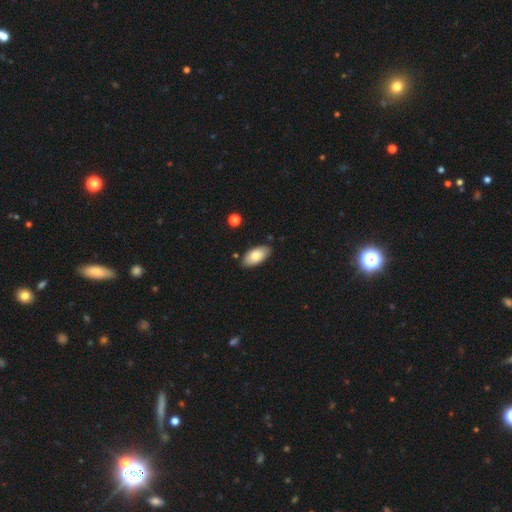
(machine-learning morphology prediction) smooth-or-featured: smooth: 80% | featured or disk: 13% | star or artifact: 6%
  how-rounded: in between: 94% | cigar-shaped: 4% | round: 2%
  merging: none: 83% | minor disturbance: 12% | merger: 2% | major disturbance: 2%